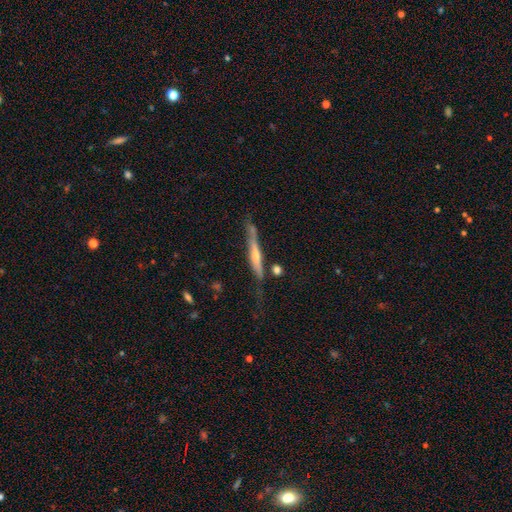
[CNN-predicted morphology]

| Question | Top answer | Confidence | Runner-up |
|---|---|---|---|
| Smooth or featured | featured or disk | 69% | smooth (24%) |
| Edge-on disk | yes | 94% | no (6%) |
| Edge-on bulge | rounded | 65% | none (25%) |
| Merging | none | 61% | minor disturbance (24%) |